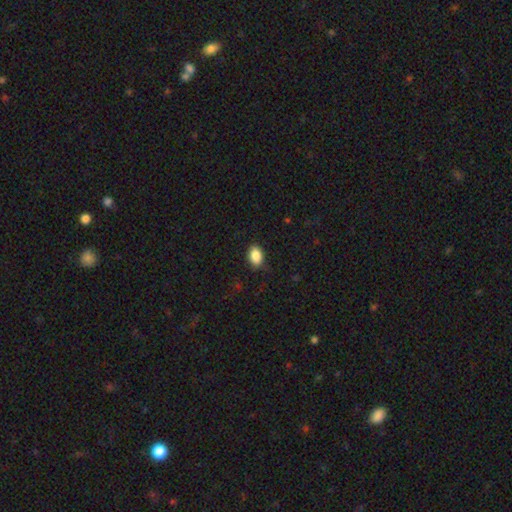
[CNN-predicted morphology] The model was most divided on "merging": none: 83%, minor disturbance: 13%, major disturbance: 3%, merger: 1%. More confident: smooth or featured — smooth (88%); how rounded — in between (86%).